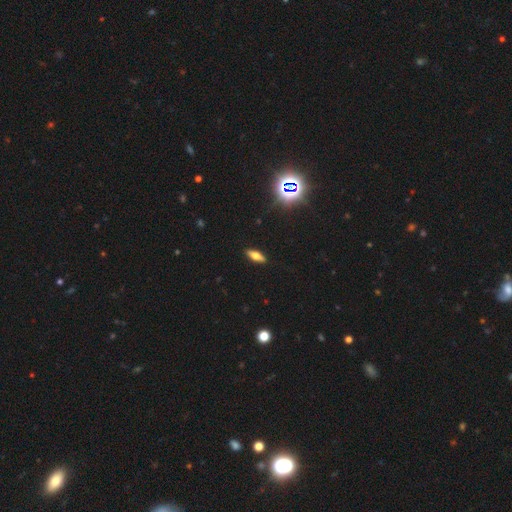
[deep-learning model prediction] Smooth or featured?
  - smooth: 54% *
  - featured or disk: 32%
  - star or artifact: 13%
How rounded?
  - in between: 60% *
  - cigar-shaped: 37%
  - round: 3%
Merging?
  - none: 90% *
  - minor disturbance: 7%
  - major disturbance: 2%
  - merger: 1%